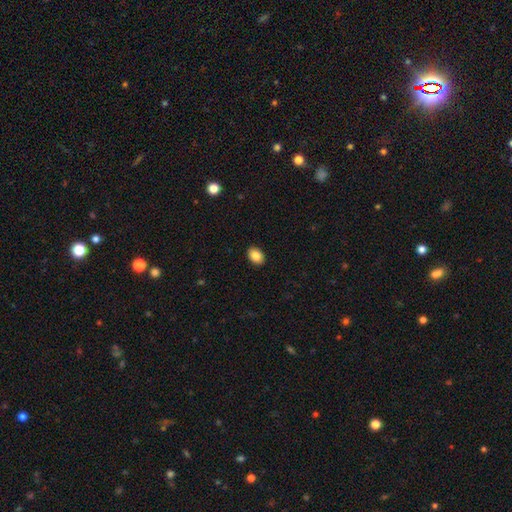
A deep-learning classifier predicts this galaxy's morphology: smooth_or_featured: smooth (p=0.85) [alt: star or artifact p=0.08]
how_rounded: in between (p=0.80) [alt: round p=0.19]
merging: none (p=0.91) [alt: minor disturbance p=0.07]